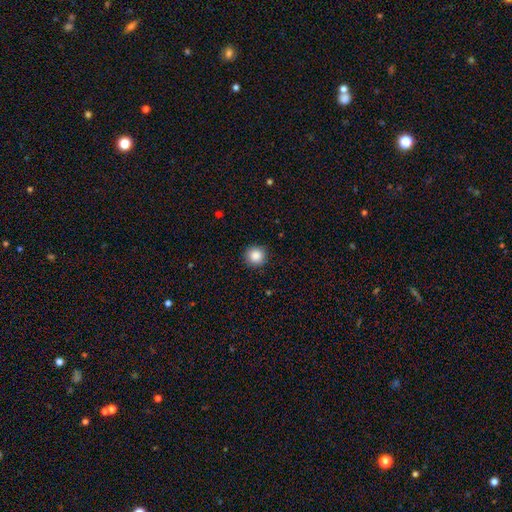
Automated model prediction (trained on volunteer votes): smooth 87%, star or artifact 9%, featured or disk 4%. Down the decision tree: how rounded — round (95%); merging — none (91%).